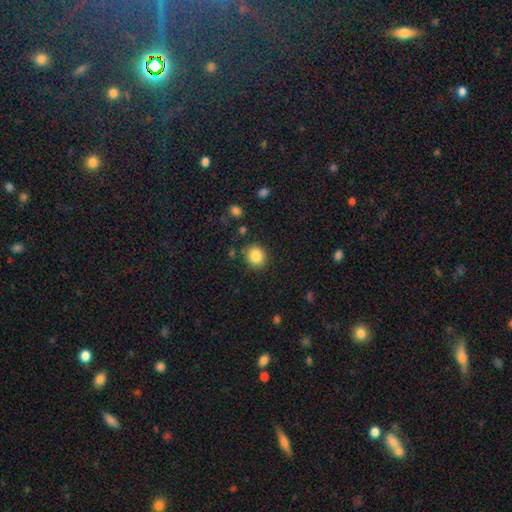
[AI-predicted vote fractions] smooth_or_featured: smooth (p=0.85) [alt: star or artifact p=0.10]
how_rounded: round (p=0.85) [alt: in between p=0.14]
merging: none (p=0.87) [alt: minor disturbance p=0.08]